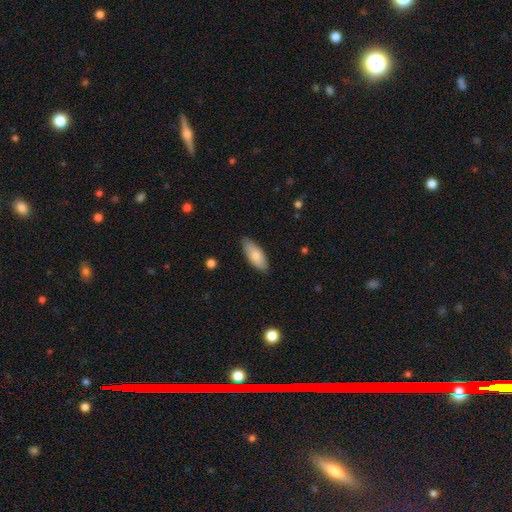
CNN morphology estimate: Smooth or featured: smooth — 81% (featured or disk — 14%)
How rounded: in between — 80% (cigar-shaped — 18%)
Merging: none — 83% (minor disturbance — 14%)